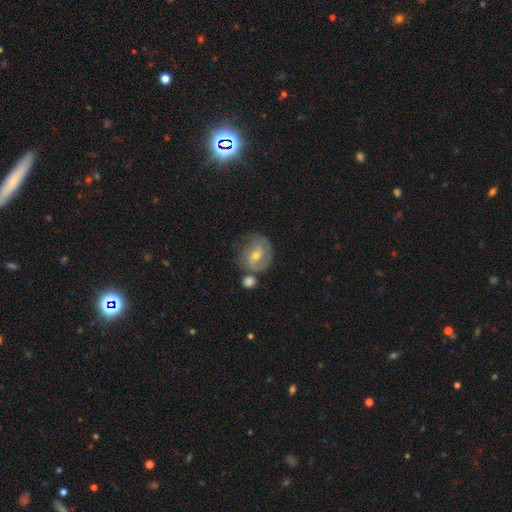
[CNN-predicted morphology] Overall: featured or disk (72%). Edge-on disk: no (96%). Bar: weak (49%; no 34%). Spiral arms: yes (85%). Spiral arm count: 2 (52%; can't tell 27%). Spiral winding: tight (53%; medium 35%). Bulge size: moderate (51%; small 46%). Merging: none (61%).